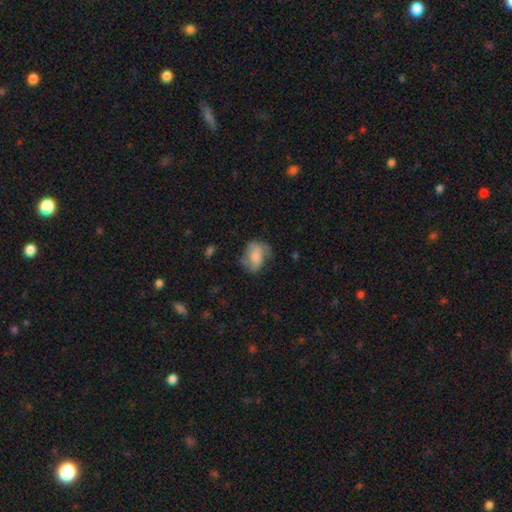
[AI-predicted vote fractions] smooth_or_featured: smooth (p=0.63) [alt: featured or disk p=0.29]
how_rounded: in between (p=0.69) [alt: round p=0.29]
merging: none (p=0.51) [alt: minor disturbance p=0.30]